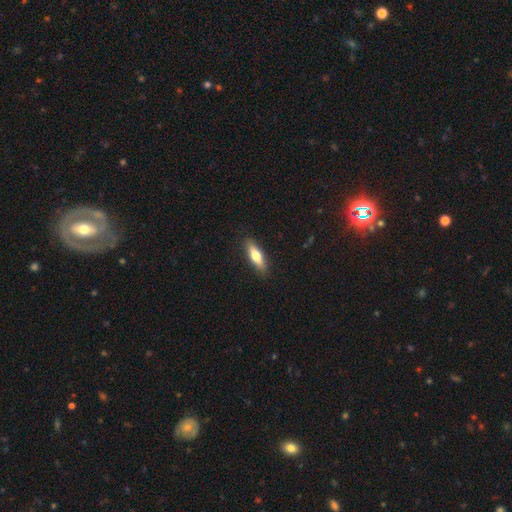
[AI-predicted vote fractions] smooth-or-featured: smooth: 65% | featured or disk: 29% | star or artifact: 6%
  how-rounded: cigar-shaped: 53% | in between: 45% | round: 2%
  merging: none: 88% | minor disturbance: 9% | major disturbance: 2% | merger: 1%